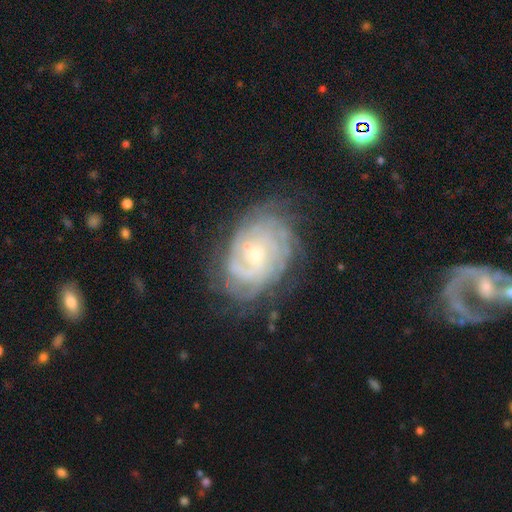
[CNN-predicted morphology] featured or disk 83%, smooth 10%, star or artifact 7%. Down the decision tree: edge-on disk — no (97%); bar — no (72%); spiral arms — yes (94%); spiral arm count — can't tell (44%); spiral winding — tight (76%); bulge size — small (65%); merging — none (69%).